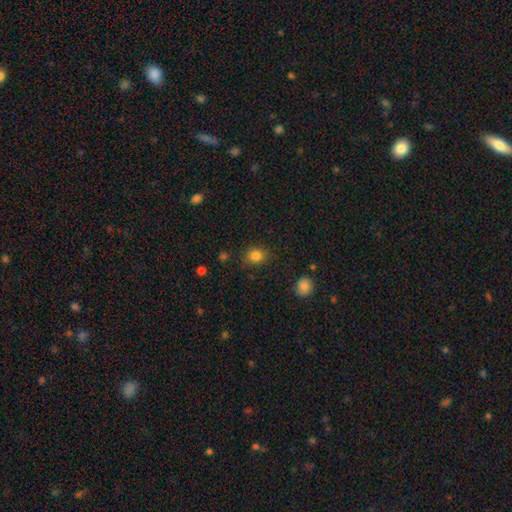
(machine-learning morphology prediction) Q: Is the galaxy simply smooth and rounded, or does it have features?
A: smooth — 83%.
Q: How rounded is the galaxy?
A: round — 56%.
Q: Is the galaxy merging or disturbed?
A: none — 83%.